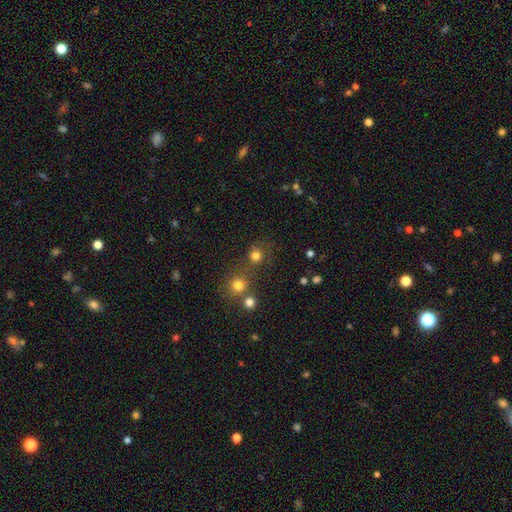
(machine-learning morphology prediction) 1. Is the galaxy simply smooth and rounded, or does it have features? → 76% smooth, 18% star or artifact, 6% featured or disk.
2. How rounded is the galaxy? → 90% round, 9% in between, 1% cigar-shaped.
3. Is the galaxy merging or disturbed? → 66% none, 20% merger, 9% minor disturbance, 5% major disturbance.